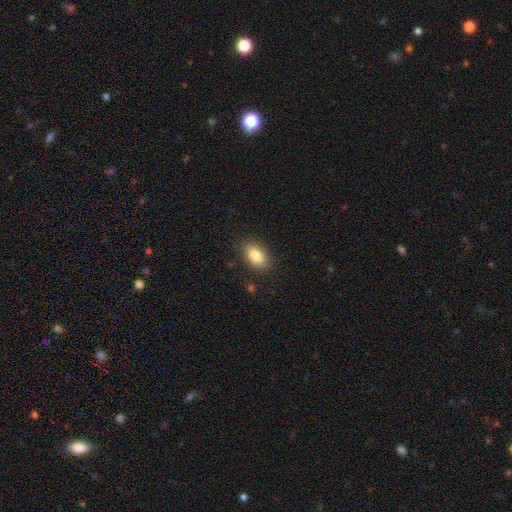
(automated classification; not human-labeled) This appears to be a smooth galaxy with no disk features (84%) that is in between round and cigar-shaped (90%). Merging: none (86%).